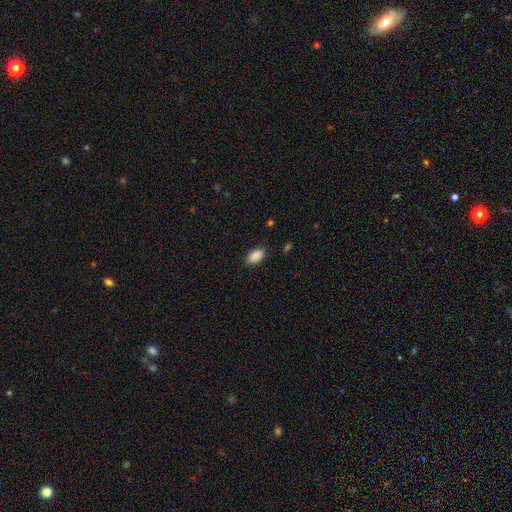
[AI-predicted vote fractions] Morphology: type=smooth (89%); roundness=in between (93%); merging=none (86%).